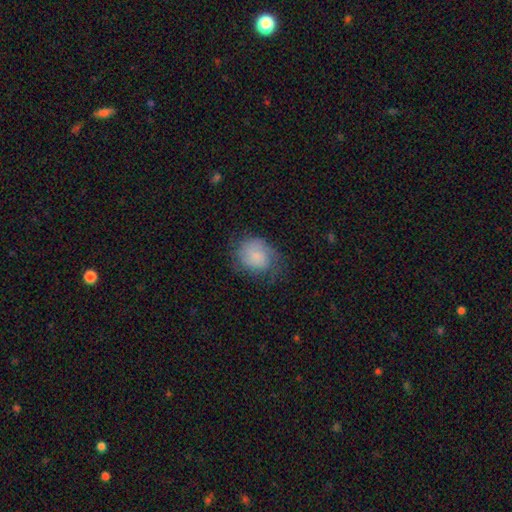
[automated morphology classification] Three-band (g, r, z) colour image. It shows a smooth galaxy with no disk features (60%) that is round (58%). Merging: none (56%).